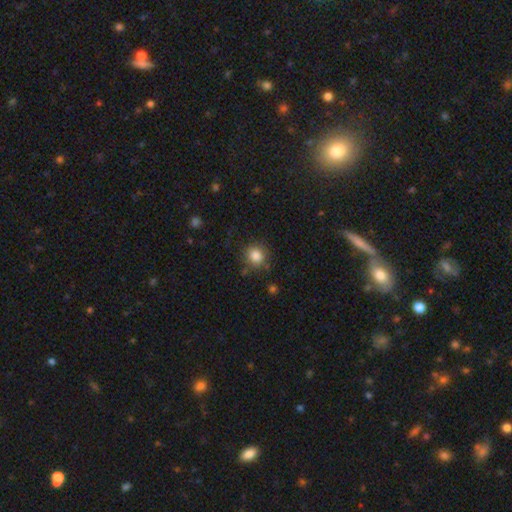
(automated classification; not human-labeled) Smooth or featured? Predicted: smooth (p=0.84). How rounded? Predicted: round (p=0.87). Merging? Predicted: none (p=0.81).